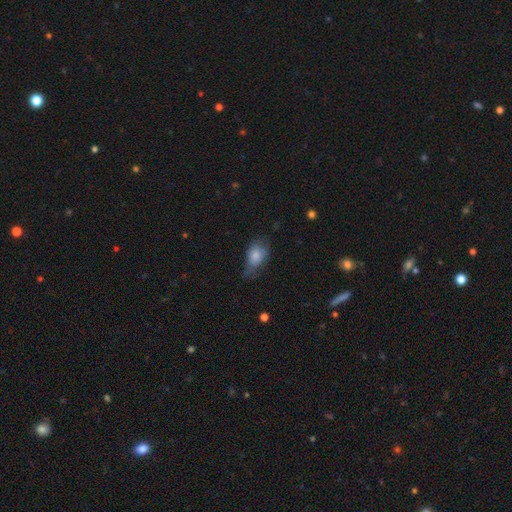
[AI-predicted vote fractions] A smooth galaxy with no disk features (76%) that is in between round and cigar-shaped (81%).

Vote fractions:
- Smooth or featured? smooth: 76% / featured or disk: 16% / star or artifact: 8%
- How rounded? in between: 81% / round: 17% / cigar-shaped: 3%
- Merging? minor disturbance: 38% / none: 36% / major disturbance: 23% / merger: 2%